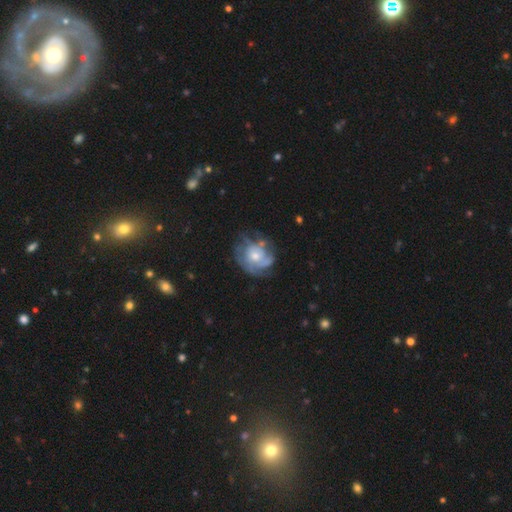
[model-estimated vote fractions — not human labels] The model was most divided on "bulge size": moderate: 55%, small: 34%, large: 7%, none: 2%, dominant: 1%. Remaining: edge-on disk — no (98%); bar — no (83%); spiral arms — yes (75%); smooth or featured — featured or disk (71%); merging — none (56%); spiral winding — tight (53%); spiral arm count — can't tell (46%).